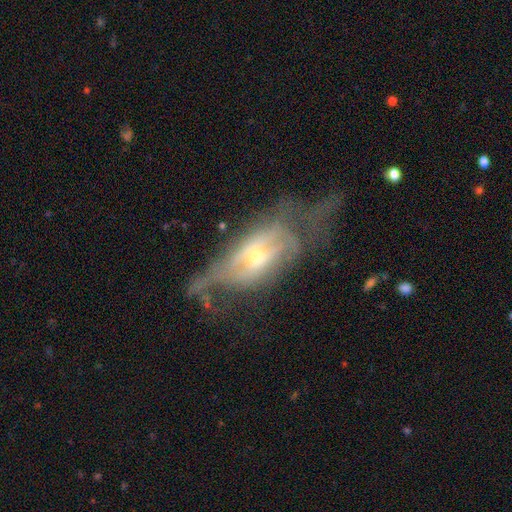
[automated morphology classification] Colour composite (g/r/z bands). It shows a featured or disk galaxy (72%) with no bar (68%), spiral arms (50%, tied with no) and a moderate central bulge (47%). Merging: major disturbance (53%).